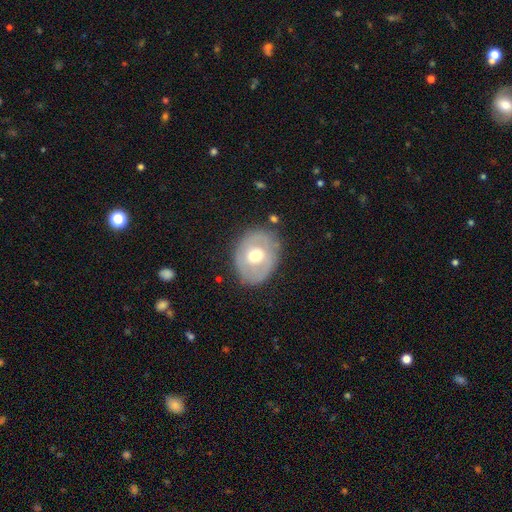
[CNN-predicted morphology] Smooth or featured: featured or disk — 48% (smooth — 46%)
Merging: none — 77% (minor disturbance — 15%)